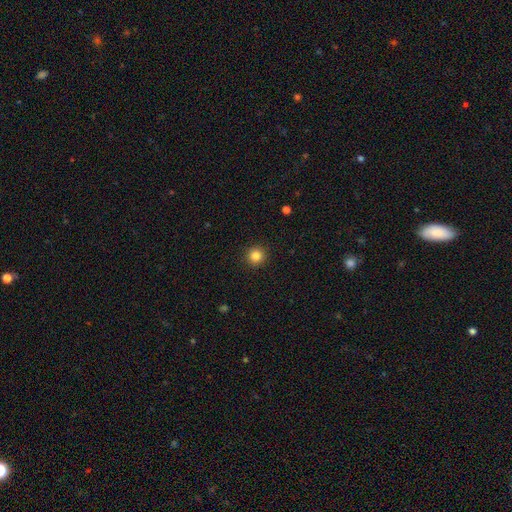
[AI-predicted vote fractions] Smooth or featured?
  - smooth: 84% *
  - star or artifact: 11%
  - featured or disk: 4%
How rounded?
  - round: 95% *
  - in between: 4%
  - cigar-shaped: 1%
Merging?
  - none: 92% *
  - minor disturbance: 5%
  - major disturbance: 2%
  - merger: 1%